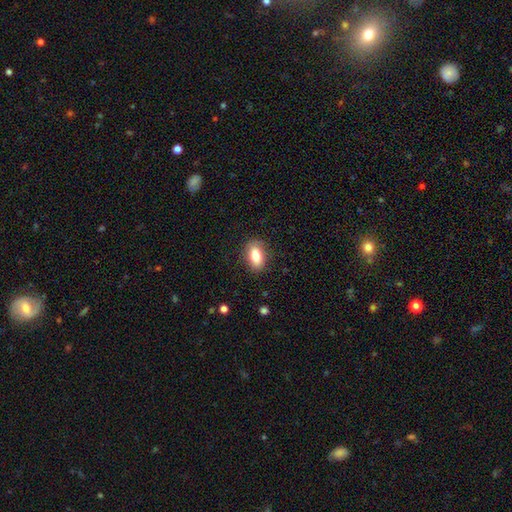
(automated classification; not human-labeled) This is clearly a smooth galaxy (81%). How rounded: clearly in between (87%). Merging: clearly none (86%).